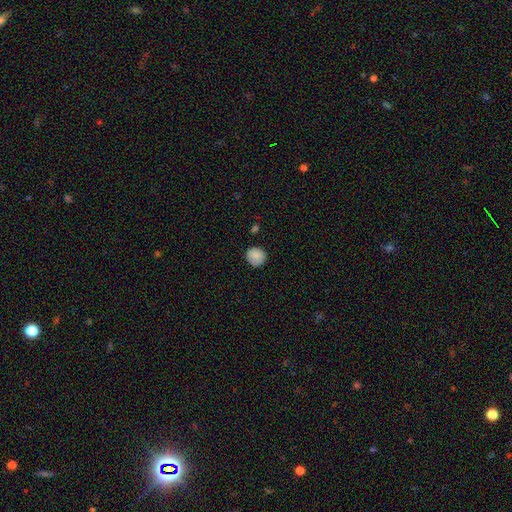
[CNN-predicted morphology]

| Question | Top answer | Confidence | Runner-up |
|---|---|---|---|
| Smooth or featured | smooth | 87% | star or artifact (8%) |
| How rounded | round | 89% | in between (11%) |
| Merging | none | 84% | minor disturbance (12%) |